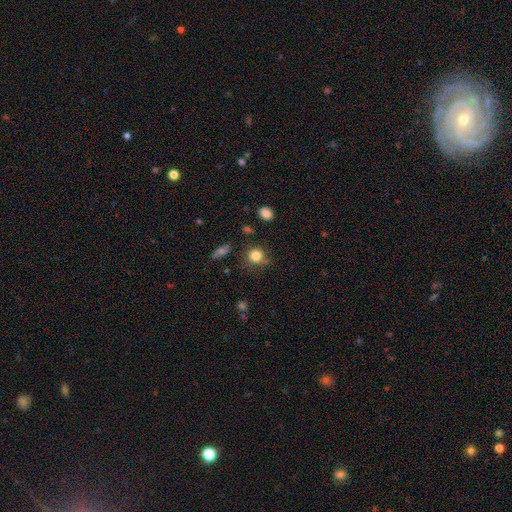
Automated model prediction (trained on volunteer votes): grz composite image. It shows a smooth galaxy with no disk features (82%) that is round (86%). Merging: none (72%).